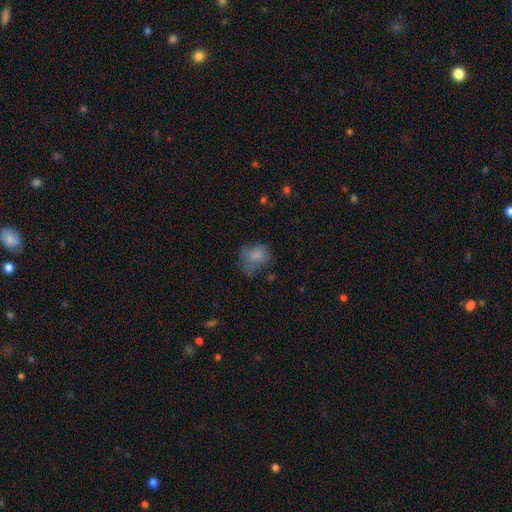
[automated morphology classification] This is likely a smooth galaxy (73%). How rounded: possibly in between (49%, tied with round). Merging: marginally none (38%).